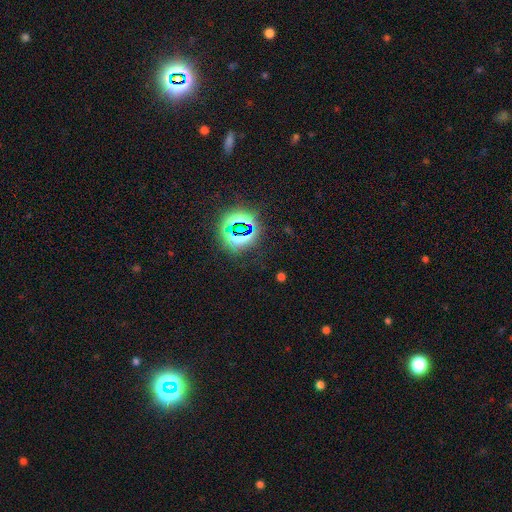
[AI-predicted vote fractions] Smooth or featured?
  - star or artifact: 79% *
  - smooth: 12%
  - featured or disk: 9%